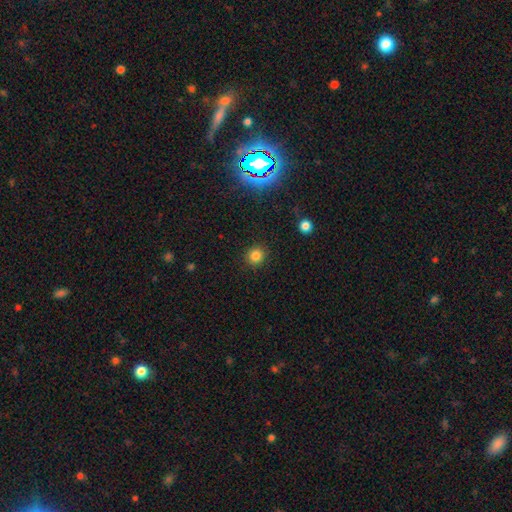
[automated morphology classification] A smooth galaxy with no disk features (82%) that is round (90%).

Vote fractions:
- Smooth or featured? smooth: 82% / star or artifact: 13% / featured or disk: 5%
- How rounded? round: 90% / in between: 9% / cigar-shaped: 1%
- Merging? none: 91% / minor disturbance: 6% / major disturbance: 2% / merger: 1%